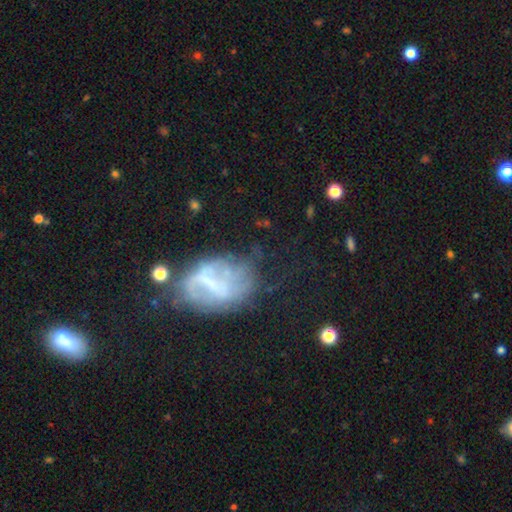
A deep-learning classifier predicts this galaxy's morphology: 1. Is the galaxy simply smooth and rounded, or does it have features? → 58% featured or disk, 25% smooth, 17% star or artifact.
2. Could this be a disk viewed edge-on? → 89% no, 11% yes.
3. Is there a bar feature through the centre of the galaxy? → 35% no, 34% strong, 31% weak.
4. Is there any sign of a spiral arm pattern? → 61% no, 39% yes.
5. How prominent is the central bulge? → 53% none, 28% small, 14% moderate, 3% large, 2% dominant.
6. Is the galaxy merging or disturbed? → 46% none, 24% minor disturbance, 23% major disturbance, 7% merger.